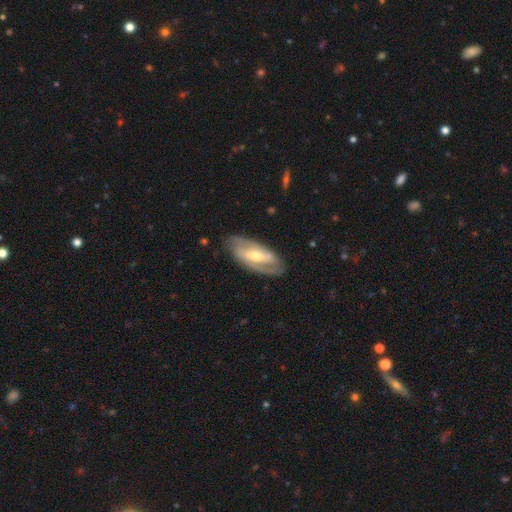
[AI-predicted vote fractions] Morphology: type=featured or disk (77%); edge-on=no (91%); bar=strong (47%); spiral arms=yes (83%); winding=medium (43%); arm count=2 (79%); bulge=moderate (58%); merging=none (79%).